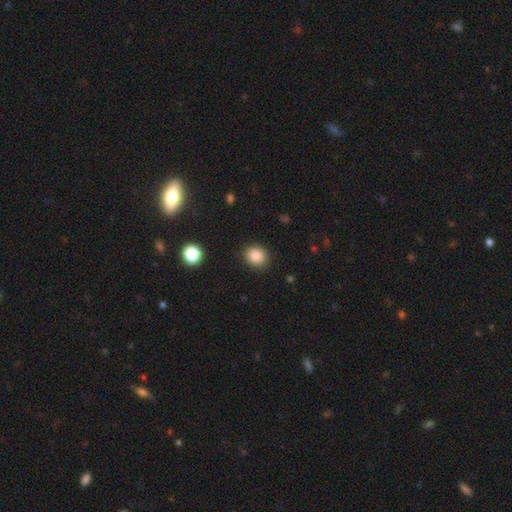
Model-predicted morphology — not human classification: Smooth or featured: smooth — 84% (star or artifact — 10%)
How rounded: round — 74% (in between — 25%)
Merging: none — 89% (minor disturbance — 8%)